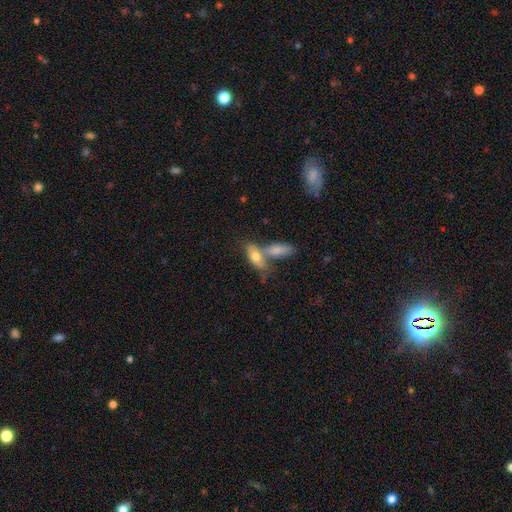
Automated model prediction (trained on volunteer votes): Smooth or featured? Predicted: smooth (p=0.71). How rounded? Predicted: in between (p=0.73). Merging? Predicted: merger (p=0.48).